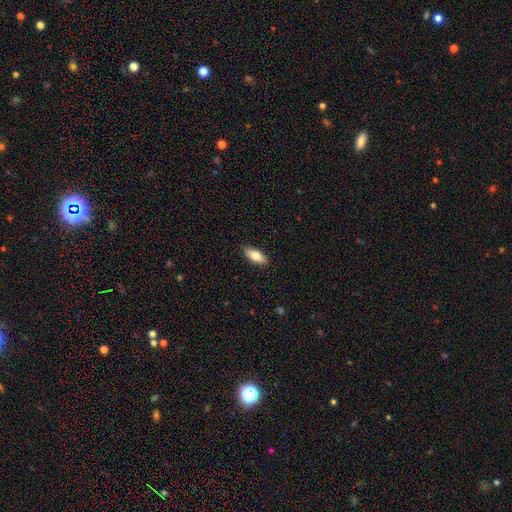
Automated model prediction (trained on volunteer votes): smooth 77%, featured or disk 16%, star or artifact 6%. Down the decision tree: how rounded — in between (81%); merging — none (89%).